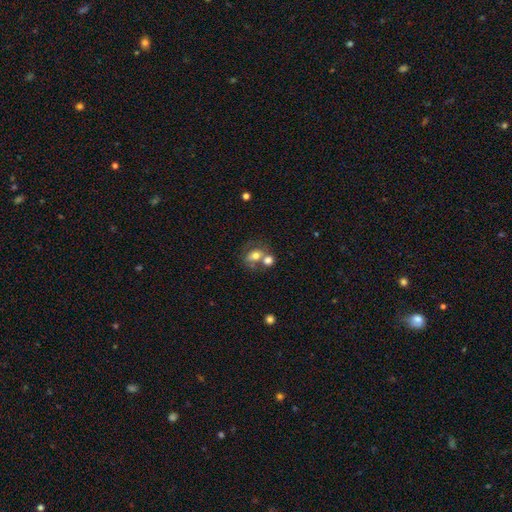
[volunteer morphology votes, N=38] Smooth or featured?
  - smooth: 68% *
  - featured or disk: 24%
  - star or artifact: 8%
How rounded?
  - in between: 65% *
  - round: 35%
  - cigar-shaped: 0%
Merging?
  - merger: 49% *
  - none: 31%
  - minor disturbance: 14%
  - major disturbance: 6%